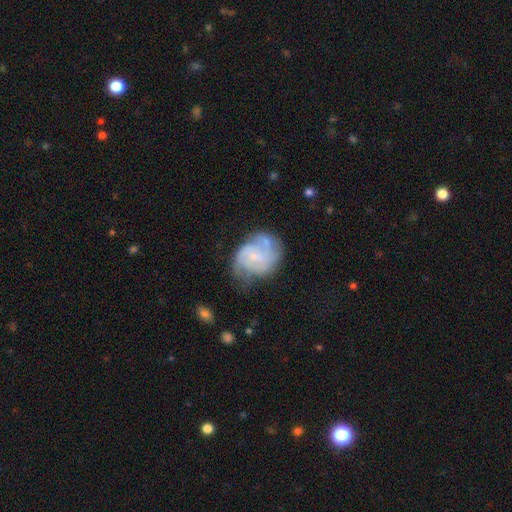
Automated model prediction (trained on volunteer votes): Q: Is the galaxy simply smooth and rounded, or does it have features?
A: featured or disk — 70%.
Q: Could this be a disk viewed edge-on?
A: no — 98%.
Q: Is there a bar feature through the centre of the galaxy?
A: no — 60%.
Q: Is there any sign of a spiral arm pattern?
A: yes — 85%.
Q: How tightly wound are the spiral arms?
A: tight — 42%, tied with medium.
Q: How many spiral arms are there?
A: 2 — 35%.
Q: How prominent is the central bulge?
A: small — 69%.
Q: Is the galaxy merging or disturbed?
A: none — 45%.